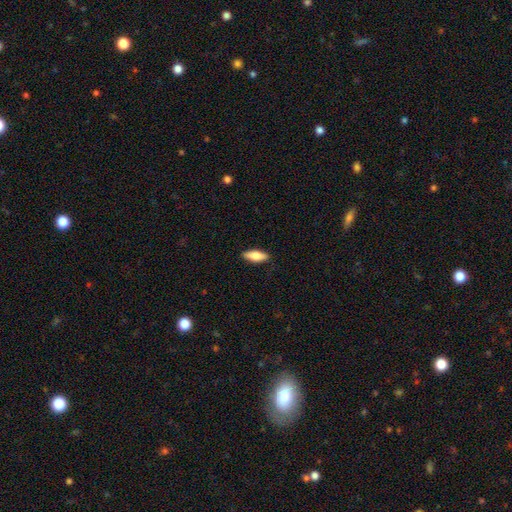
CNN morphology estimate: Q: Smooth or featured?
A: smooth (75%); runner-up: featured or disk (19%)
Q: How rounded?
A: in between (65%); runner-up: cigar-shaped (33%)
Q: Merging?
A: none (88%); runner-up: minor disturbance (9%)